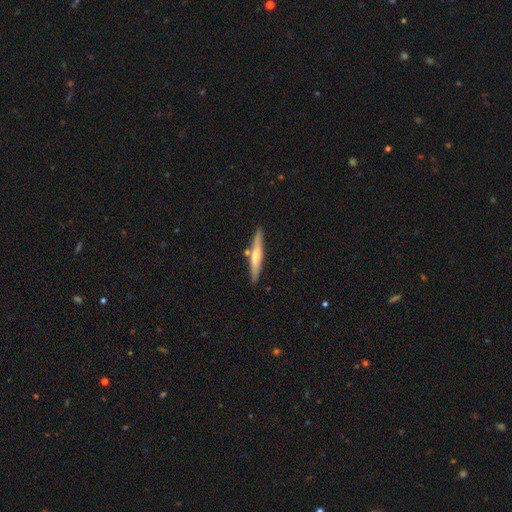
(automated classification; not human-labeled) smooth-or-featured: featured or disk: 58% | smooth: 36% | star or artifact: 6%
  disk-edge-on: yes: 95% | no: 5%
    edge-on-bulge: rounded: 75% | none: 19% | boxy: 6%
  merging: none: 85% | minor disturbance: 9% | merger: 4% | major disturbance: 2%